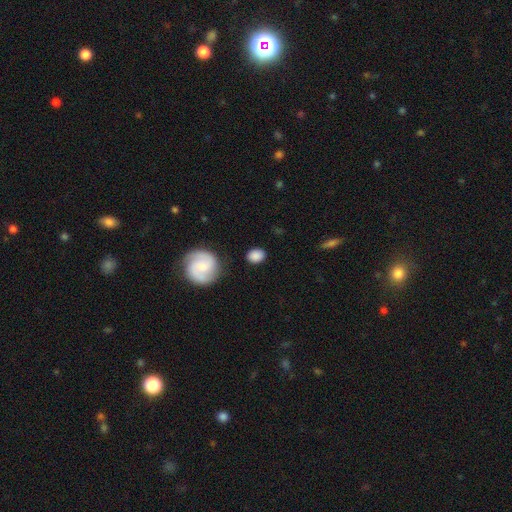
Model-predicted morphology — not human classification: Smooth or featured? Predicted: smooth (p=0.78). How rounded? Predicted: round (p=0.54). Merging? Predicted: none (p=0.81).